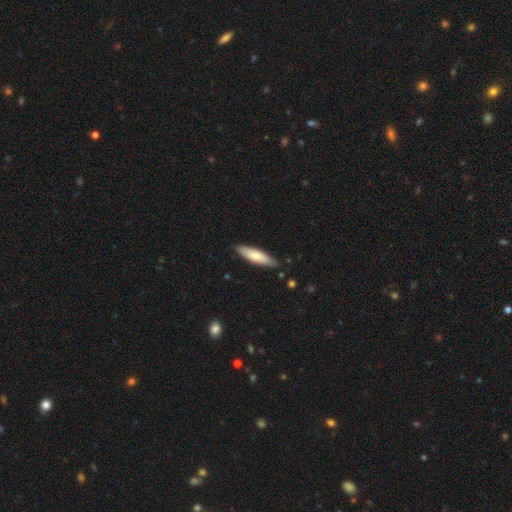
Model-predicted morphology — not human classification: A smooth galaxy with no disk features (77%) that is cigar-shaped (62%). Merging: none (85%).